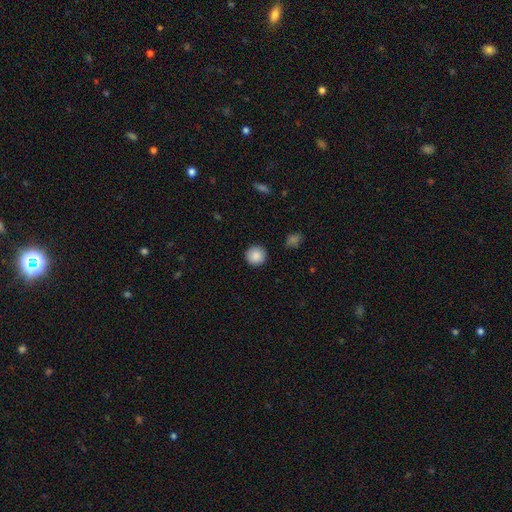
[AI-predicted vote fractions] Overall: smooth (88%). How rounded: round (94%). Merging: none (91%).